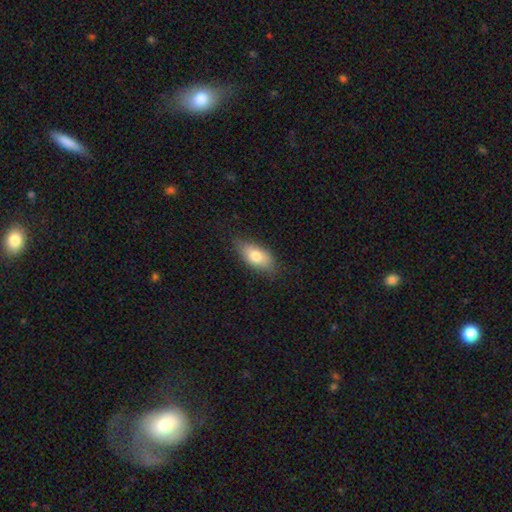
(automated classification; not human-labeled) smooth_or_featured: smooth (p=0.75) [alt: featured or disk p=0.17]
how_rounded: in between (p=0.87) [alt: cigar-shaped p=0.08]
merging: none (p=0.77) [alt: minor disturbance p=0.19]